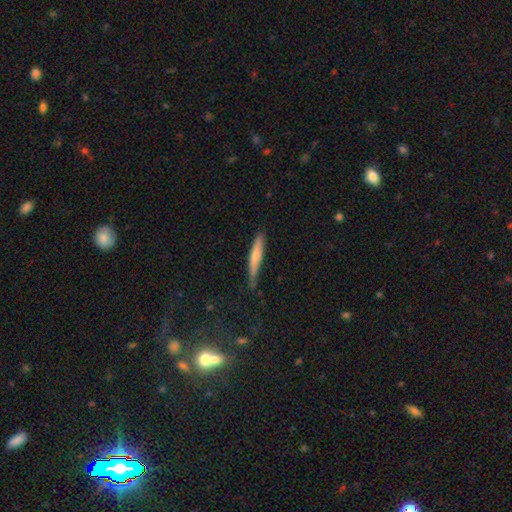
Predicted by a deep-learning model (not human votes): A smooth galaxy with no disk features (65%) that is cigar-shaped (91%).

Vote fractions:
- Smooth or featured? smooth: 65% / featured or disk: 29% / star or artifact: 6%
- How rounded? cigar-shaped: 91% / in between: 7% / round: 2%
- Merging? none: 68% / minor disturbance: 25% / major disturbance: 4% / merger: 2%